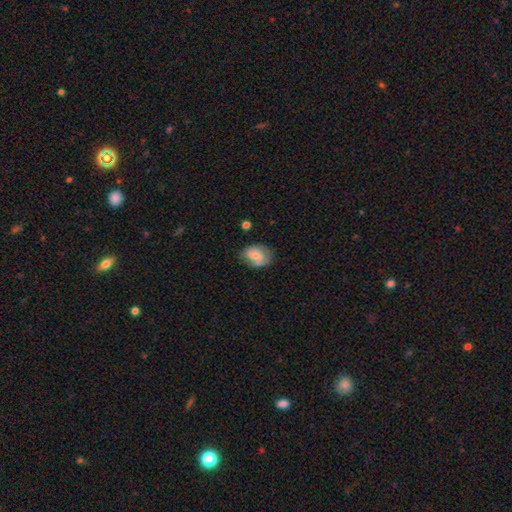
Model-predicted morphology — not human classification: Overall: featured or disk (46%, tied with smooth). Merging: none (64%; minor disturbance 25%).